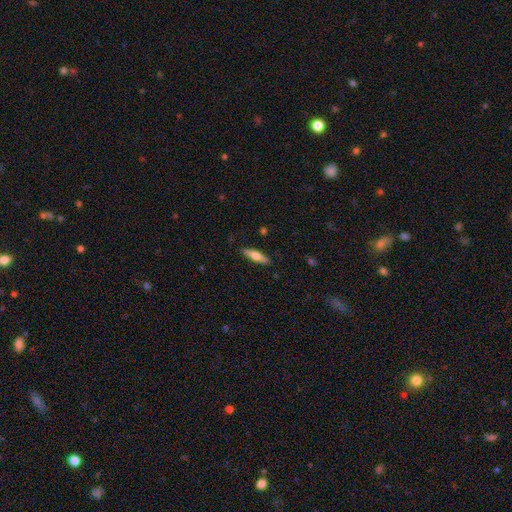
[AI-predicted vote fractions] Smooth or featured? Predicted: smooth (p=0.55). How rounded? Predicted: cigar-shaped (p=0.72). Merging? Predicted: none (p=0.89).